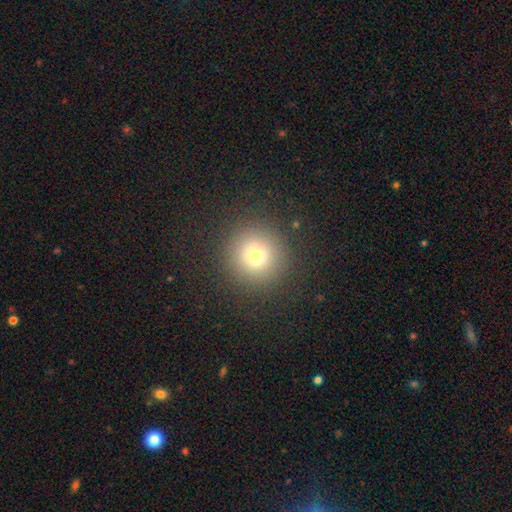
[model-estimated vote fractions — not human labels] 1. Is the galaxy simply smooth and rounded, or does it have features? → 73% smooth, 16% star or artifact, 10% featured or disk.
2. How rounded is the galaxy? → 95% round, 4% in between, 1% cigar-shaped.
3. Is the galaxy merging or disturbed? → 89% none, 6% minor disturbance, 3% major disturbance, 1% merger.